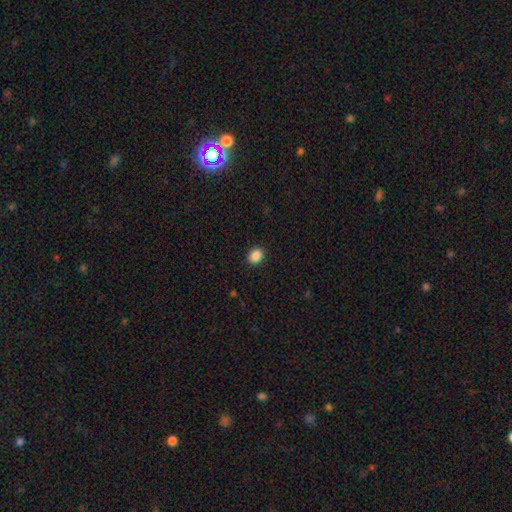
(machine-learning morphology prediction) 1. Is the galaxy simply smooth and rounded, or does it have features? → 88% smooth, 9% star or artifact, 3% featured or disk.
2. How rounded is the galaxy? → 51% round, 48% in between, 1% cigar-shaped.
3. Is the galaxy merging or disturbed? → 91% none, 6% minor disturbance, 2% major disturbance, 1% merger.